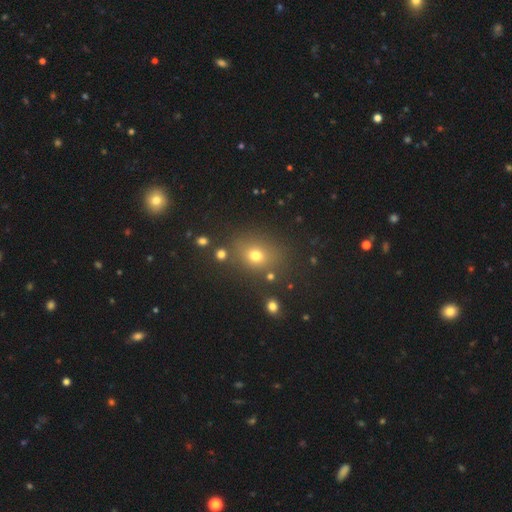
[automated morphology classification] Smooth or featured? Predicted: smooth (p=0.71). How rounded? Predicted: round (p=0.57). Merging? Predicted: none (p=0.77).